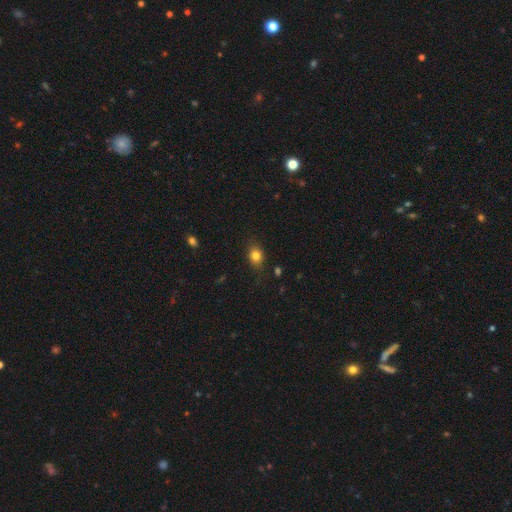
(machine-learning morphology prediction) A smooth galaxy with no disk features (81%) that is in between round and cigar-shaped (54%). Merging: none (81%).